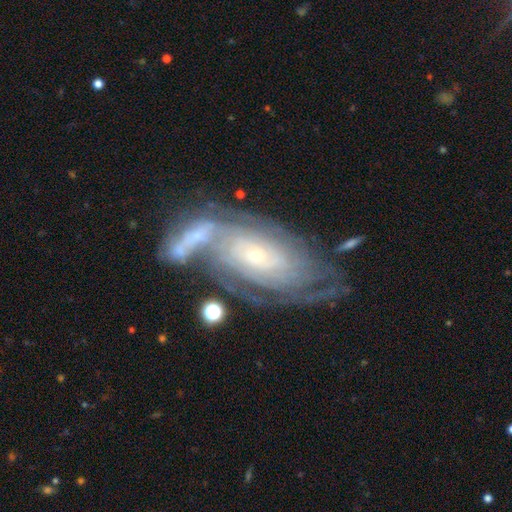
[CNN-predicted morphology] Smooth or featured? Predicted: featured or disk (p=0.83). Edge-on disk? Predicted: no (p=0.94). Bar? Predicted: no (p=0.70). Spiral arms? Predicted: yes (p=0.93). Spiral winding? Predicted: tight (p=0.72). Spiral arm count? Predicted: can't tell (p=0.49). Bulge size? Predicted: small (p=0.73). Merging? Predicted: none (p=0.41).